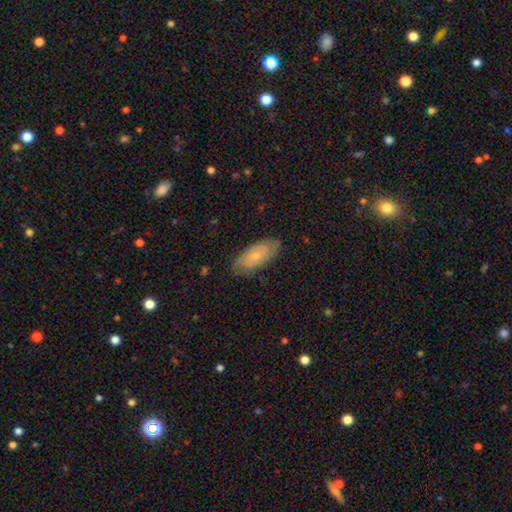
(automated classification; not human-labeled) Overall: smooth (59%; featured or disk 34%). How rounded: in between (88%). Merging: none (77%).